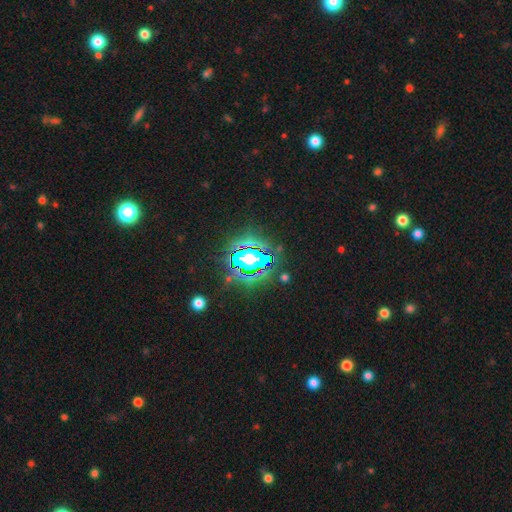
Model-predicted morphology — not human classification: star or artifact 84%, smooth 10%, featured or disk 7%.